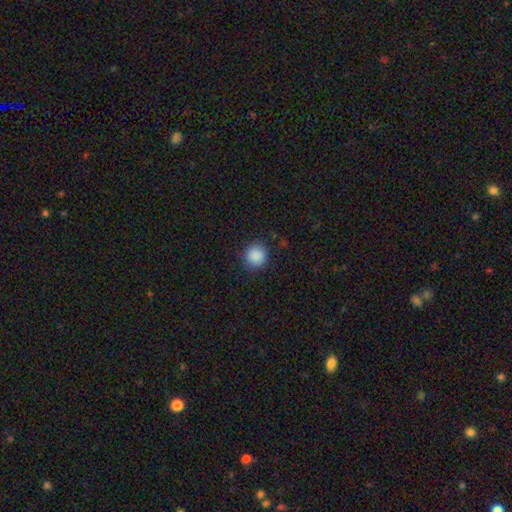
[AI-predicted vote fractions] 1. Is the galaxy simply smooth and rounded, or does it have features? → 89% smooth, 9% star or artifact, 3% featured or disk.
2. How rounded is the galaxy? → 92% round, 7% in between, 1% cigar-shaped.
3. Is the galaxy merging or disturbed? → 89% none, 7% minor disturbance, 3% major disturbance, 1% merger.